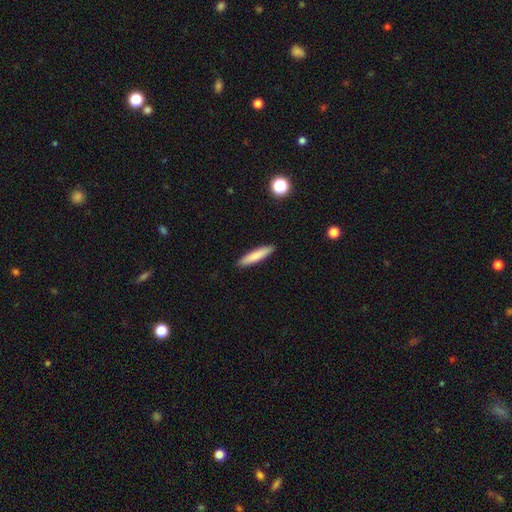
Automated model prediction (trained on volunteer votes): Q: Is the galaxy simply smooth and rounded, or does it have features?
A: smooth — 81%.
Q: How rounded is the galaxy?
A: cigar-shaped — 86%.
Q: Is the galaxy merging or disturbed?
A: none — 91%.